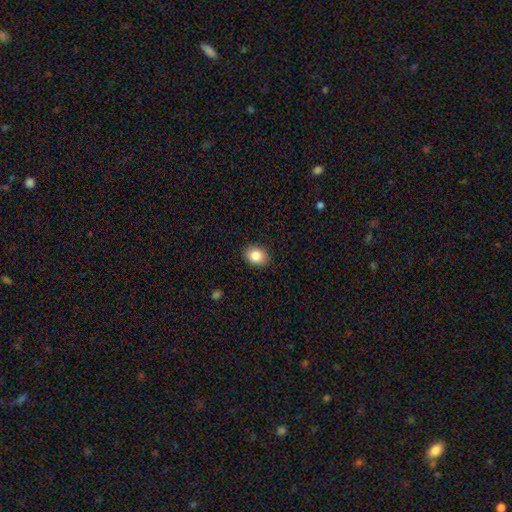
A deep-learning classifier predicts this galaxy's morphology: Q: Smooth or featured?
A: smooth (86%); runner-up: star or artifact (8%)
Q: How rounded?
A: in between (57%); runner-up: round (42%)
Q: Merging?
A: none (89%); runner-up: minor disturbance (8%)